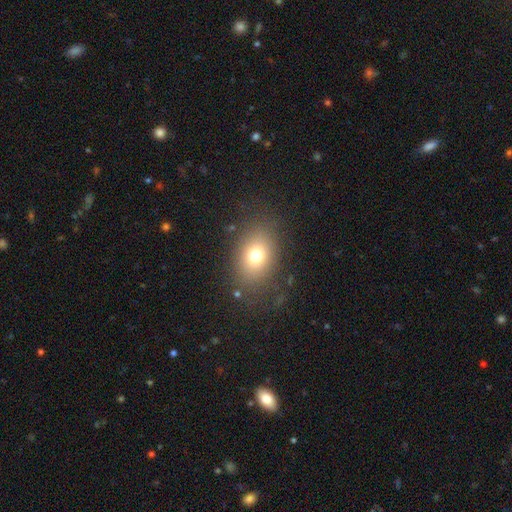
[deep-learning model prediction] Q: Smooth or featured?
A: smooth (73%); runner-up: star or artifact (14%)
Q: How rounded?
A: in between (66%); runner-up: round (33%)
Q: Merging?
A: none (79%); runner-up: minor disturbance (12%)